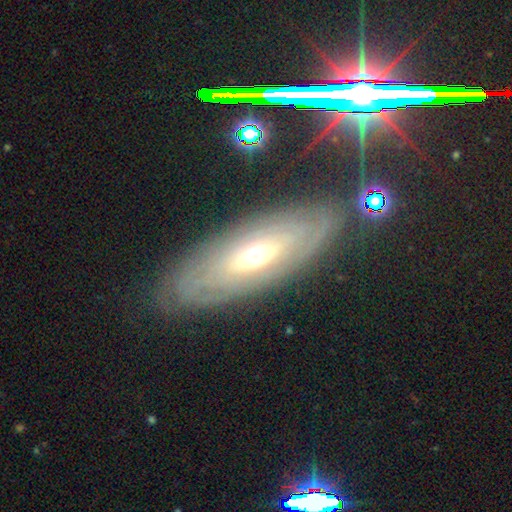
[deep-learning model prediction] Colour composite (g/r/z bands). It shows a featured or disk galaxy (66%). Merging: none (82%).